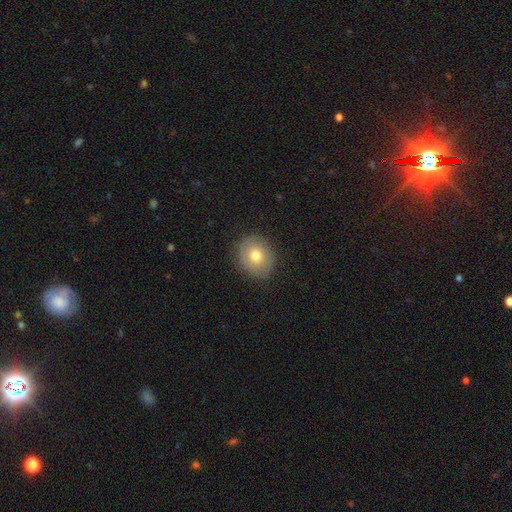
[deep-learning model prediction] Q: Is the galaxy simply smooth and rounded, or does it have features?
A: smooth — 74%.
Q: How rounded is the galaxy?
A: round — 72%.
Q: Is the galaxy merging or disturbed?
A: none — 86%.